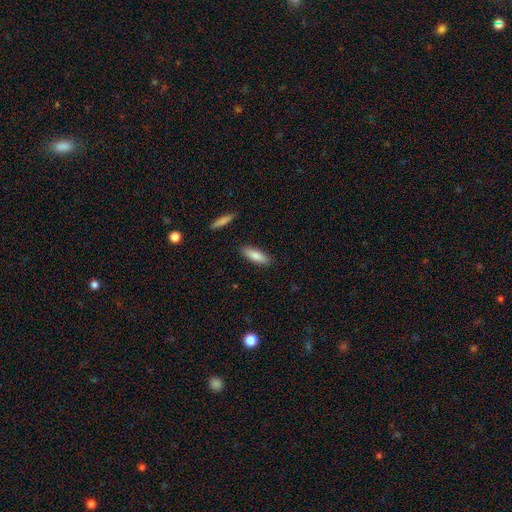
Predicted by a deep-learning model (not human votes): The model was most divided on "how rounded": in between: 50%, cigar-shaped: 48%, round: 2%. More confident: merging — none (87%); smooth or featured — smooth (82%).